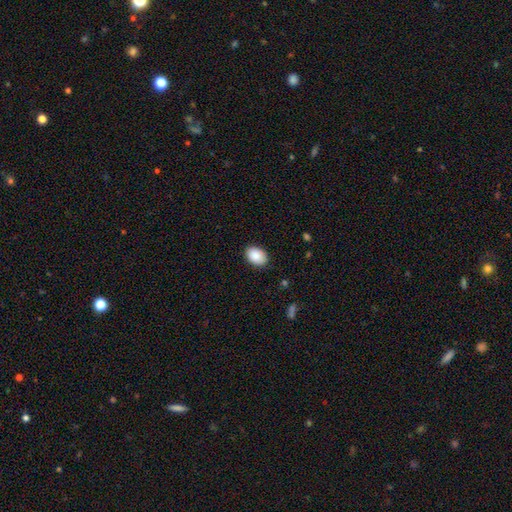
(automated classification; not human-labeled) This appears to be a smooth galaxy with no disk features (89%) that is in between round and cigar-shaped (82%). Merging: none (87%).